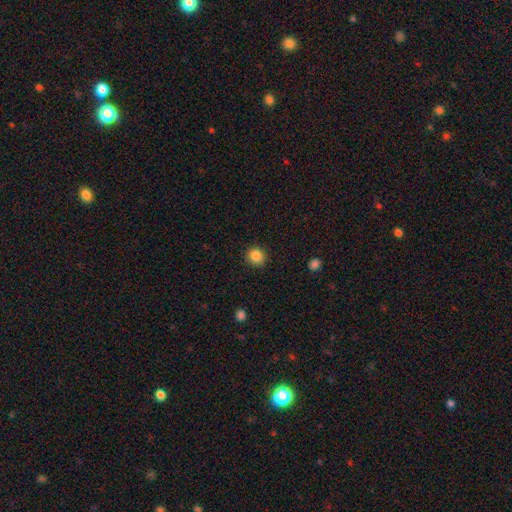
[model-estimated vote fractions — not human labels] Q: Smooth or featured?
A: smooth (86%); runner-up: star or artifact (10%)
Q: How rounded?
A: round (88%); runner-up: in between (11%)
Q: Merging?
A: none (89%); runner-up: minor disturbance (7%)